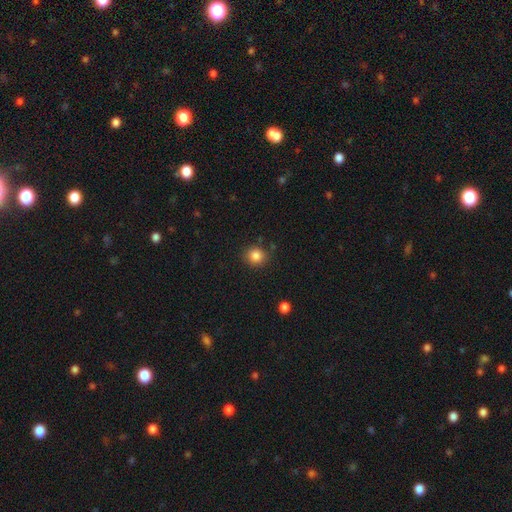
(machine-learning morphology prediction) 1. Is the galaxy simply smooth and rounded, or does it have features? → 85% smooth, 11% star or artifact, 4% featured or disk.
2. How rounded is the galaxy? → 86% round, 13% in between, 1% cigar-shaped.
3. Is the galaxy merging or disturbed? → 85% none, 9% minor disturbance, 3% major disturbance, 2% merger.